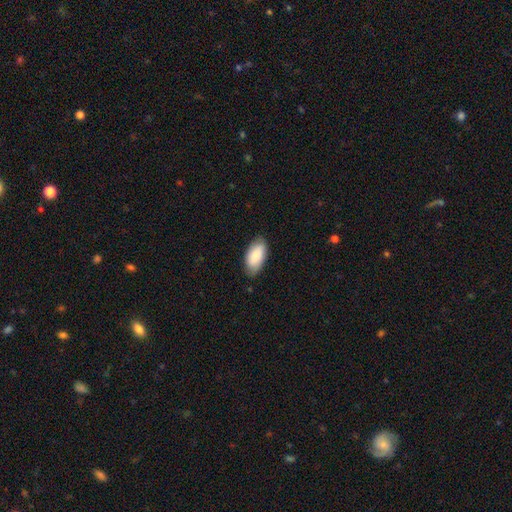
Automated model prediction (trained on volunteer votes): Q: Smooth or featured?
A: smooth (81%); runner-up: featured or disk (13%)
Q: How rounded?
A: in between (94%); runner-up: cigar-shaped (3%)
Q: Merging?
A: none (80%); runner-up: minor disturbance (17%)